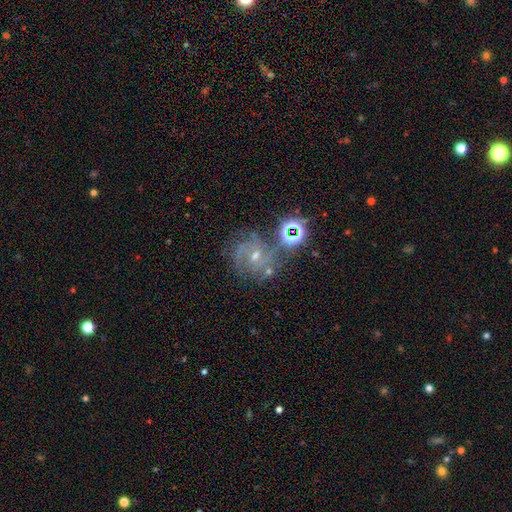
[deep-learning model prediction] The model was most divided on "bar": weak: 46%, no: 41%, strong: 13%. Remaining: edge-on disk — no (97%); spiral arms — yes (93%); smooth or featured — featured or disk (66%); merging — none (59%); bulge size — small (50%); spiral winding — medium (47%); spiral arm count — 2 (36%).